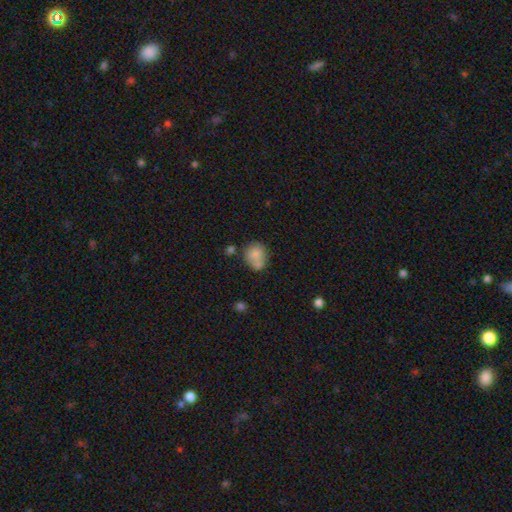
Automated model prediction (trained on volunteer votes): Q: Smooth or featured?
A: smooth (79%); runner-up: featured or disk (12%)
Q: How rounded?
A: round (58%); runner-up: in between (41%)
Q: Merging?
A: none (46%); runner-up: merger (25%)